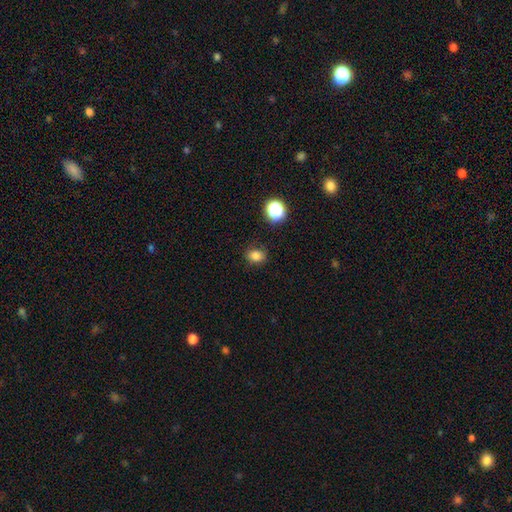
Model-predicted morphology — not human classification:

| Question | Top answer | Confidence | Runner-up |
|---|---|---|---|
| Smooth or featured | smooth | 81% | star or artifact (14%) |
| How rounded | round | 51% | in between (48%) |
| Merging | none | 83% | minor disturbance (12%) |